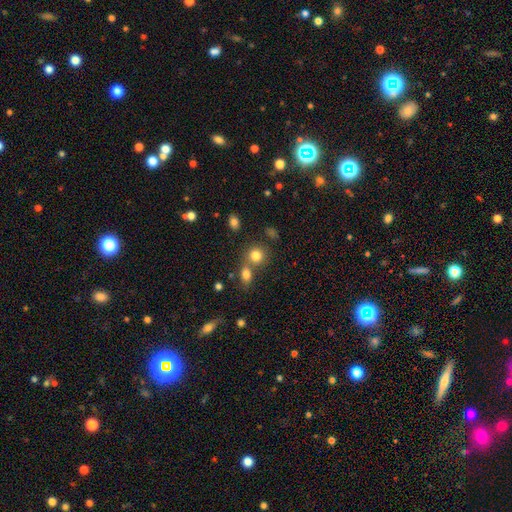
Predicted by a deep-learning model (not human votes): Smooth or featured? smooth (80%)
How rounded? round (79%)
Merging? none (55%)